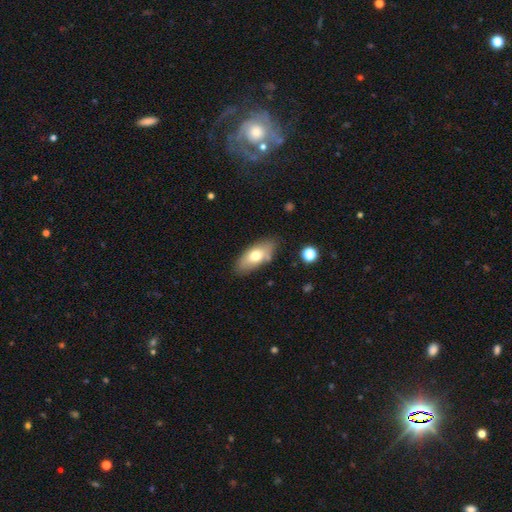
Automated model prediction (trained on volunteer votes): smooth-or-featured: smooth: 69% | featured or disk: 24% | star or artifact: 7%
  how-rounded: in between: 85% | cigar-shaped: 12% | round: 3%
  merging: none: 77% | minor disturbance: 16% | merger: 4% | major disturbance: 4%